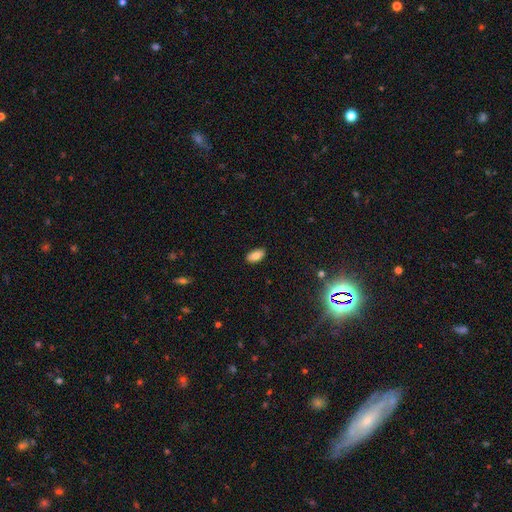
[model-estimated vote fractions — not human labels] Smooth or featured? Predicted: smooth (p=0.78). How rounded? Predicted: in between (p=0.92). Merging? Predicted: none (p=0.86).